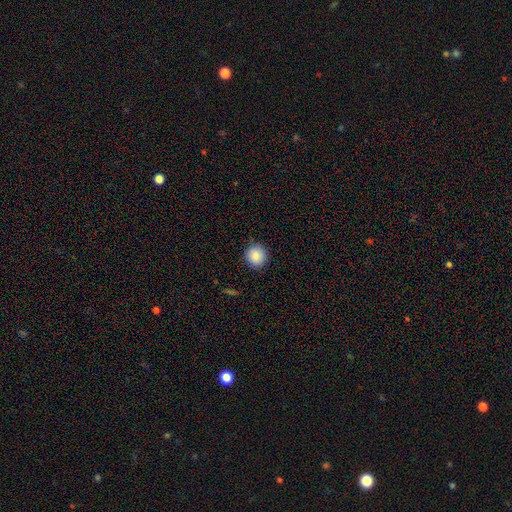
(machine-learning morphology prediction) Smooth or featured?
  - smooth: 86% *
  - star or artifact: 9%
  - featured or disk: 6%
How rounded?
  - round: 90% *
  - in between: 9%
  - cigar-shaped: 1%
Merging?
  - none: 89% *
  - minor disturbance: 8%
  - major disturbance: 2%
  - merger: 1%